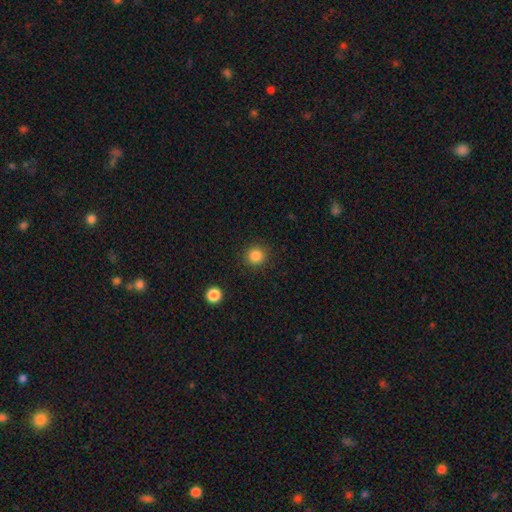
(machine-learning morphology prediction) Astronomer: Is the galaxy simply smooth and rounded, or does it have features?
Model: smooth — 84%.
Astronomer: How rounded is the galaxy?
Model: round — 94%.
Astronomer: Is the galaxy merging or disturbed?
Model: none — 91%.